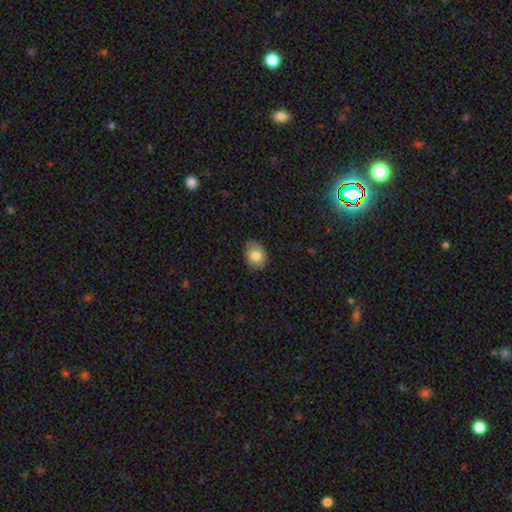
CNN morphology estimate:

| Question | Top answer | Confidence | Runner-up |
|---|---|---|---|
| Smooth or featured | smooth | 81% | featured or disk (11%) |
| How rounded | in between | 69% | round (30%) |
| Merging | none | 79% | minor disturbance (17%) |